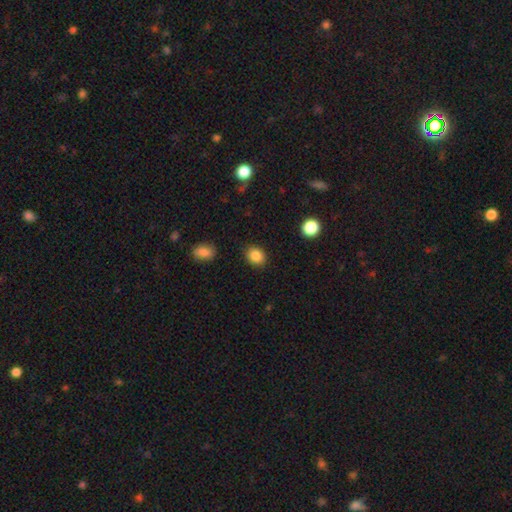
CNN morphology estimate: This is clearly a smooth galaxy (86%). How rounded: possibly round (51%). Merging: clearly none (88%).